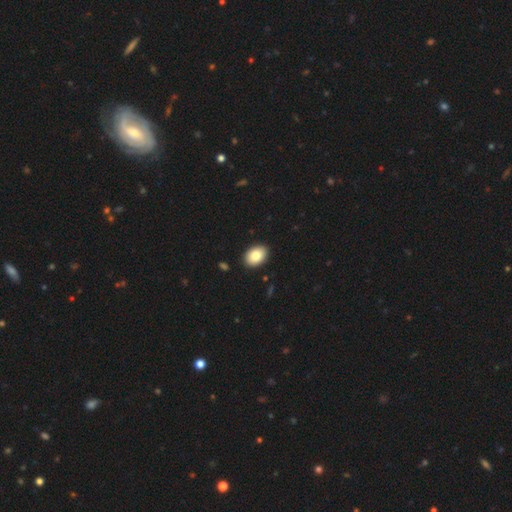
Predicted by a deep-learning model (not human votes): smooth-or-featured: smooth: 85% | featured or disk: 8% | star or artifact: 7%
  how-rounded: in between: 85% | round: 14% | cigar-shaped: 1%
  merging: none: 91% | minor disturbance: 7% | major disturbance: 2% | merger: 1%